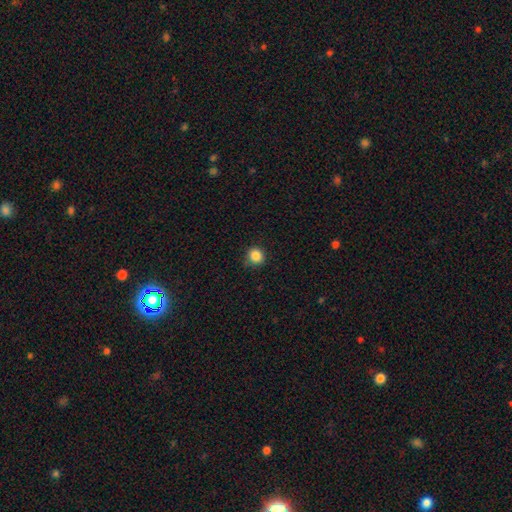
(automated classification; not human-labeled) Q: Smooth or featured?
A: smooth (85%); runner-up: star or artifact (11%)
Q: How rounded?
A: round (89%); runner-up: in between (10%)
Q: Merging?
A: none (83%); runner-up: minor disturbance (13%)